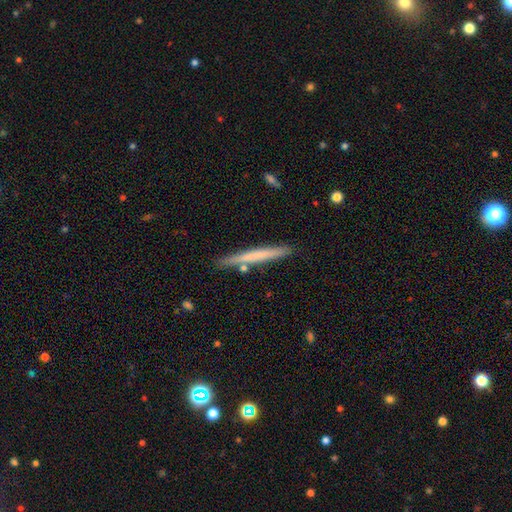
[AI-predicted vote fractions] Smooth or featured: smooth — 57% (featured or disk — 37%)
How rounded: cigar-shaped — 97% (in between — 2%)
Merging: none — 87% (minor disturbance — 9%)